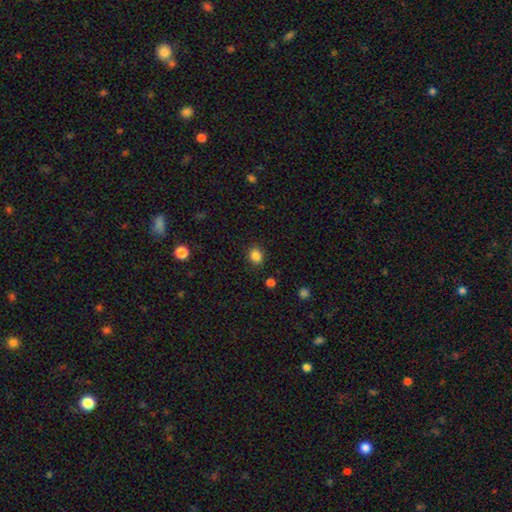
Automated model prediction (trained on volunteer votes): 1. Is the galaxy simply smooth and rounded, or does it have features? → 85% smooth, 12% star or artifact, 4% featured or disk.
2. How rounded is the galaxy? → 67% round, 32% in between, 1% cigar-shaped.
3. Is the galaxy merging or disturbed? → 88% none, 8% minor disturbance, 3% major disturbance, 2% merger.